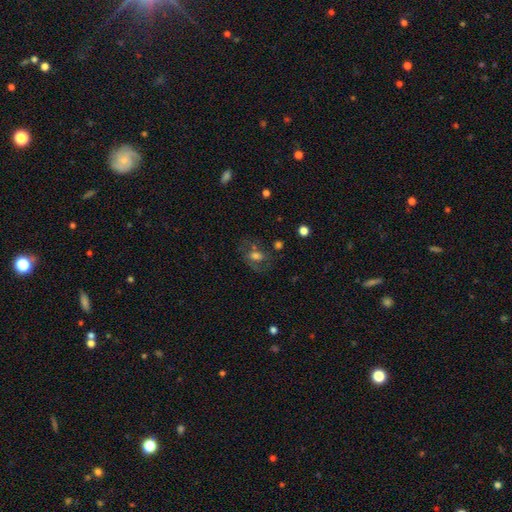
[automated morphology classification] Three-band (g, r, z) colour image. It shows a featured or disk galaxy (43%). Merging: none (51%).